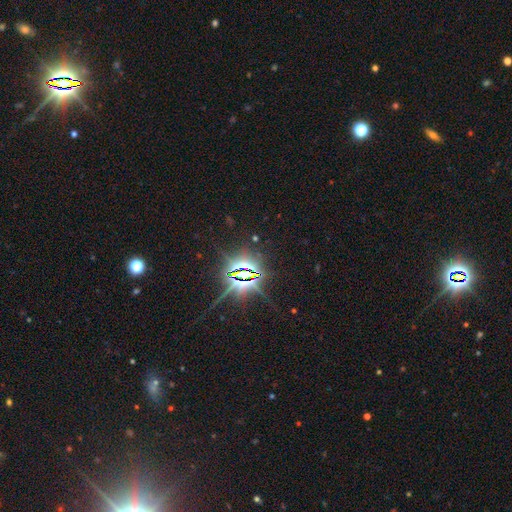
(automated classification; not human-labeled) This is clearly a star or artifact rather than a galaxy (86%).